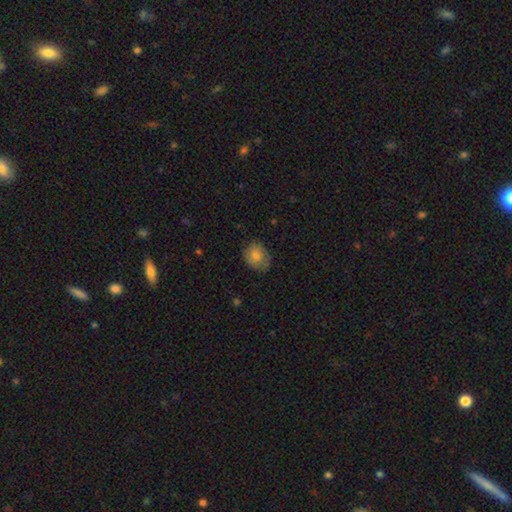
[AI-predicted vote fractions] Overall: smooth (77%). How rounded: round (52%; in between 47%). Merging: none (73%).